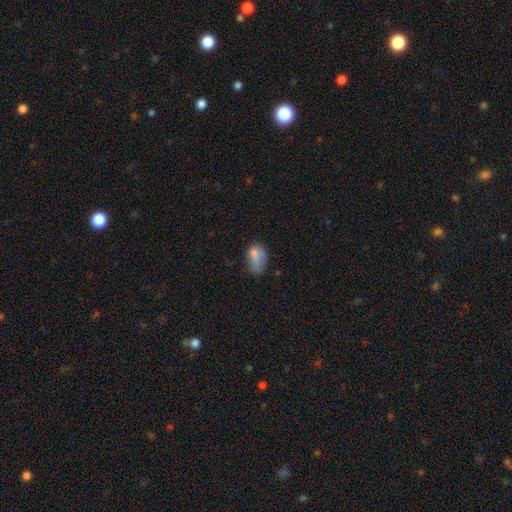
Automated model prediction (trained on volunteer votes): smooth_or_featured: smooth (p=0.76) [alt: featured or disk p=0.14]
how_rounded: in between (p=0.88) [alt: round p=0.10]
merging: none (p=0.37) [alt: minor disturbance p=0.36]